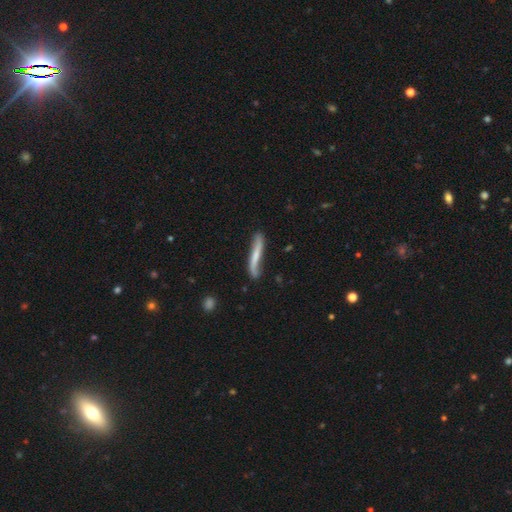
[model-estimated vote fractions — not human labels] This appears to be a featured or disk galaxy (48%). Merging: none (64%).